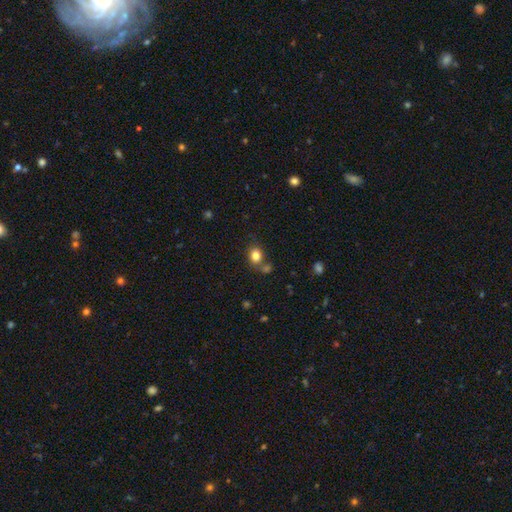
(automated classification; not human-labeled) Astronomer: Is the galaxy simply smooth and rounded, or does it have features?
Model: smooth — 82%.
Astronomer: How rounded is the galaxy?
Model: round — 56% (runner-up: in between, 43%).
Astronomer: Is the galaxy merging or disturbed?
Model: none — 66%.